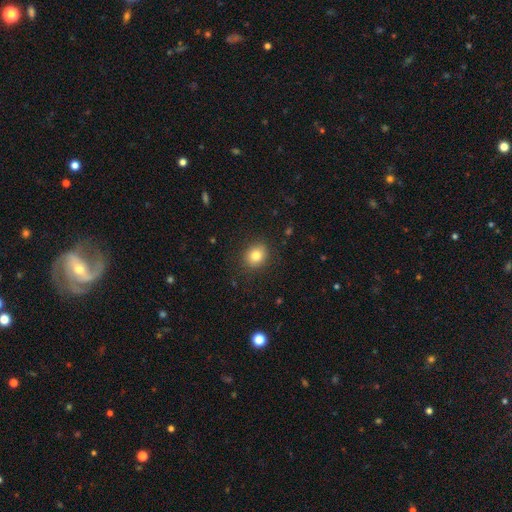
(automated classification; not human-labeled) This appears to be a smooth galaxy with no disk features (81%) that is round (69%). Merging: none (87%).